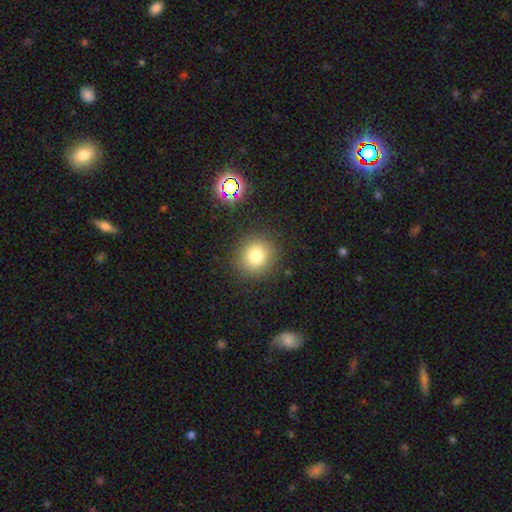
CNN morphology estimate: smooth_or_featured: smooth (p=0.77) [alt: star or artifact p=0.14]
how_rounded: round (p=0.88) [alt: in between p=0.11]
merging: none (p=0.88) [alt: minor disturbance p=0.07]